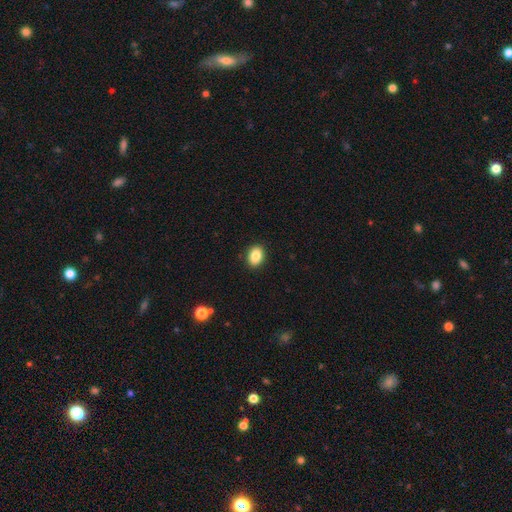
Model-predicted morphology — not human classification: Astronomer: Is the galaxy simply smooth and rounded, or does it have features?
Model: smooth — 86%.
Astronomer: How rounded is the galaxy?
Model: in between — 74%.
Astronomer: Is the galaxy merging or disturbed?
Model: none — 90%.